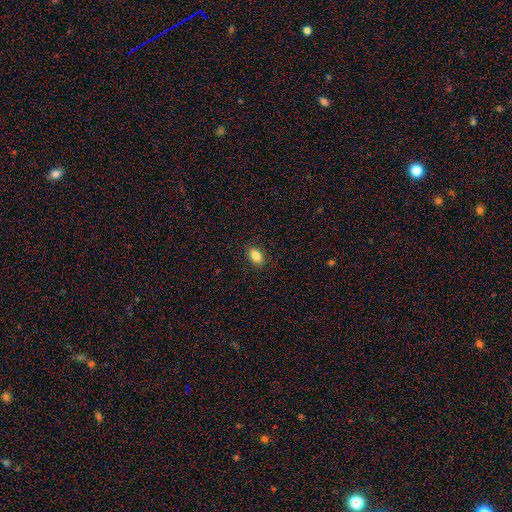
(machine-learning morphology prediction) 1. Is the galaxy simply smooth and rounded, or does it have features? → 85% smooth, 9% star or artifact, 6% featured or disk.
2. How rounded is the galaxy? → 85% in between, 13% round, 2% cigar-shaped.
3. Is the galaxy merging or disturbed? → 88% none, 8% minor disturbance, 2% major disturbance, 1% merger.